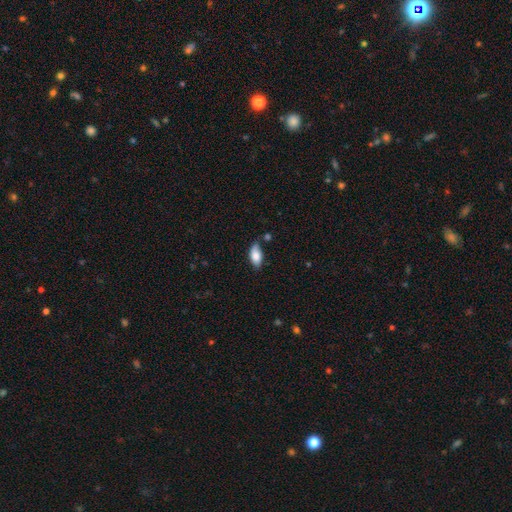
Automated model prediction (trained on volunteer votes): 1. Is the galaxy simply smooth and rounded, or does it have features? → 80% smooth, 13% featured or disk, 7% star or artifact.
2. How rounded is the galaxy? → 90% in between, 7% cigar-shaped, 3% round.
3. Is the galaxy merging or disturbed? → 63% none, 26% minor disturbance, 5% merger, 5% major disturbance.